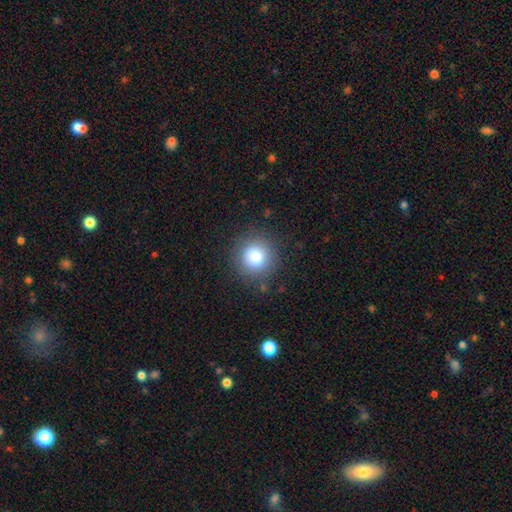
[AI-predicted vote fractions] A smooth galaxy with no disk features (81%) that is round (94%). Merging: none (88%).